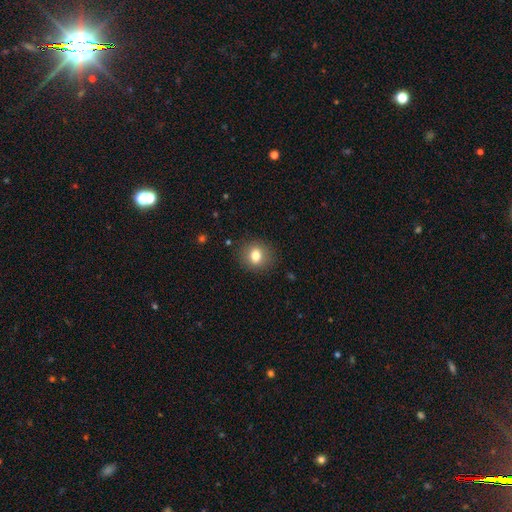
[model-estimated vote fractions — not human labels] Smooth or featured: smooth — 79% (star or artifact — 10%)
How rounded: round — 78% (in between — 21%)
Merging: none — 88% (minor disturbance — 8%)